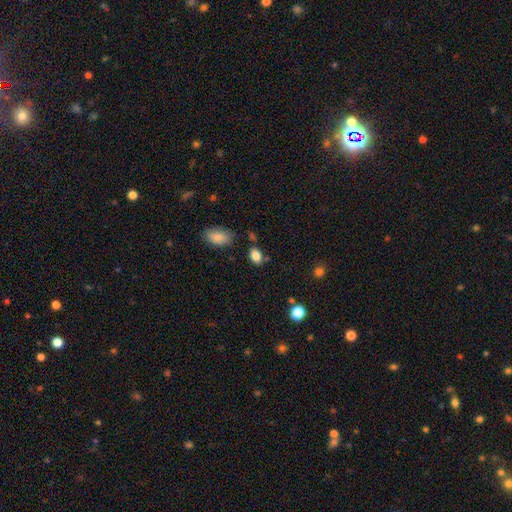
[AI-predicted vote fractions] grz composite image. It shows a smooth galaxy with no disk features (84%) that is in between round and cigar-shaped (82%). Merging: none (72%).